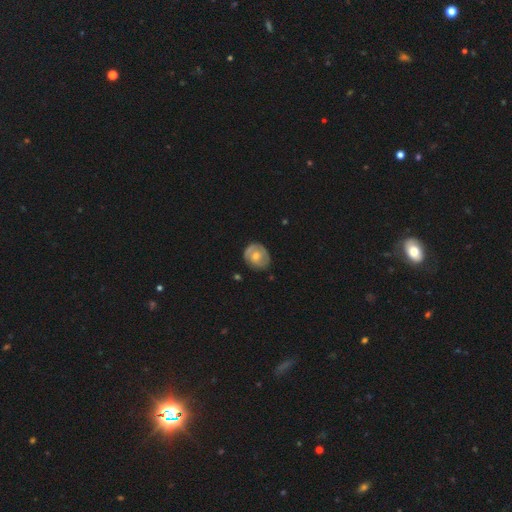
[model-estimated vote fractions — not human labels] A featured or disk galaxy (48%).

Vote fractions:
- Smooth or featured? featured or disk: 48% / smooth: 46% / star or artifact: 6%
- Merging? none: 70% / minor disturbance: 23% / major disturbance: 5% / merger: 2%